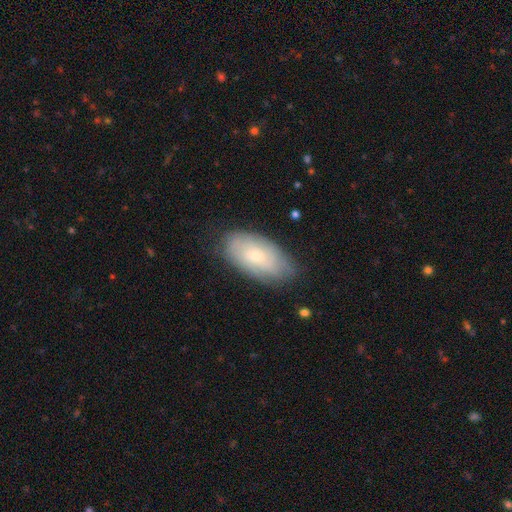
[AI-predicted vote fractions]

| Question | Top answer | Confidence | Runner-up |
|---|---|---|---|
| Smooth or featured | smooth | 56% | featured or disk (37%) |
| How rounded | in between | 93% | round (4%) |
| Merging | none | 74% | minor disturbance (20%) |